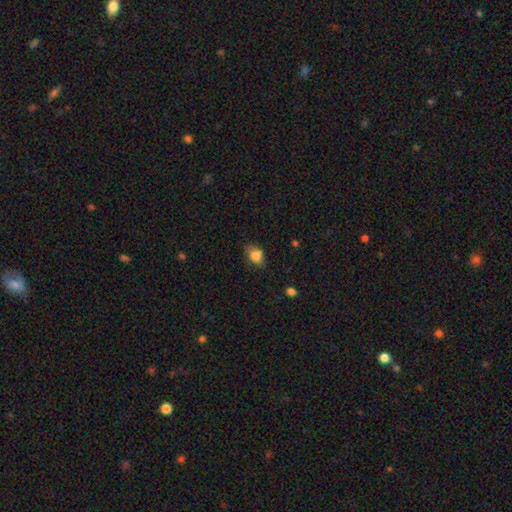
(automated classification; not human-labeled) The model was most divided on "merging": none: 58%, minor disturbance: 31%, major disturbance: 8%, merger: 3%. More confident: smooth or featured — smooth (81%); how rounded — in between (68%).